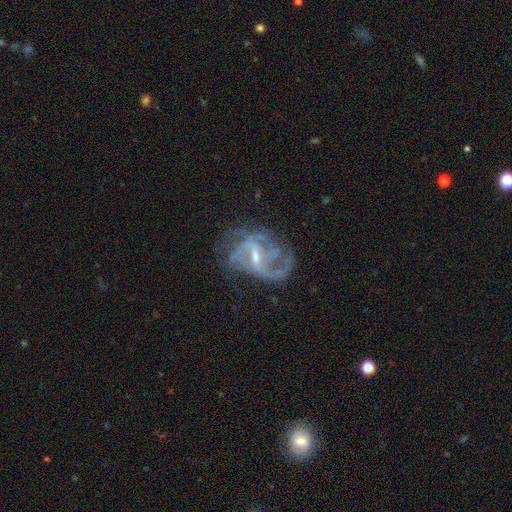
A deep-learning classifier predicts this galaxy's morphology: Smooth or featured? featured or disk (88%)
Edge-on disk? no (97%)
Bar? weak (51%)
Spiral arms? yes (94%)
Spiral winding? medium (49%)
Spiral arm count? 2 (42%)
Bulge size? small (58%)
Merging? none (53%)